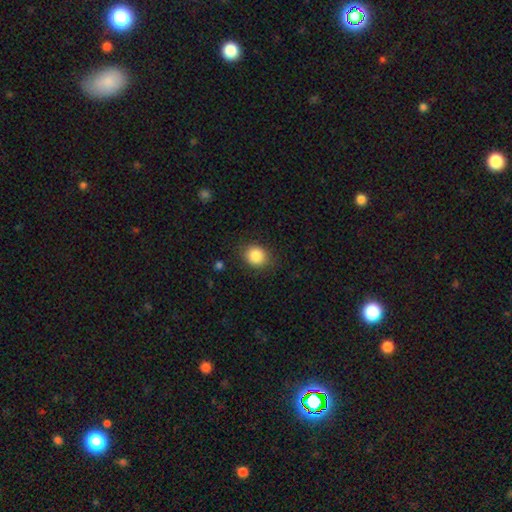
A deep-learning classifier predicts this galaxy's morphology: Q: Smooth or featured?
A: smooth (86%); runner-up: star or artifact (9%)
Q: How rounded?
A: round (71%); runner-up: in between (28%)
Q: Merging?
A: none (84%); runner-up: minor disturbance (11%)